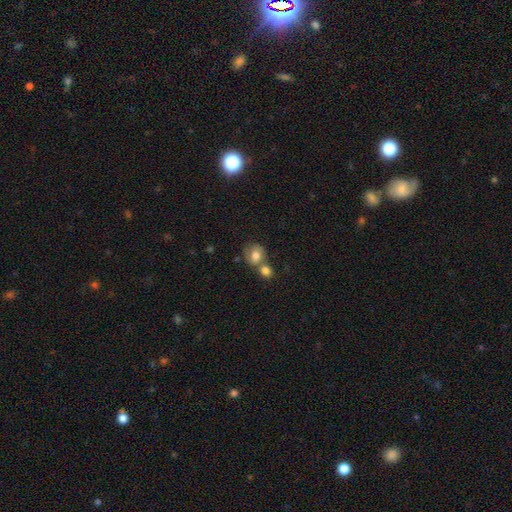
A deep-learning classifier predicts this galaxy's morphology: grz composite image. It shows a smooth galaxy with no disk features (75%) that is round (73%). Merging: merger (46%).